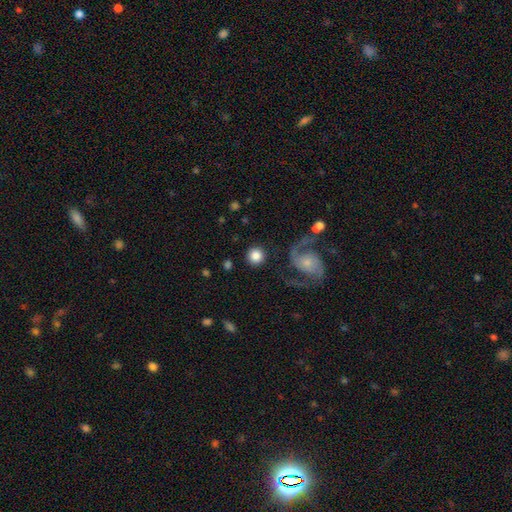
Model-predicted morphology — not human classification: Smooth or featured: smooth — 78% (featured or disk — 15%)
How rounded: round — 94% (in between — 5%)
Merging: none — 86% (minor disturbance — 6%)